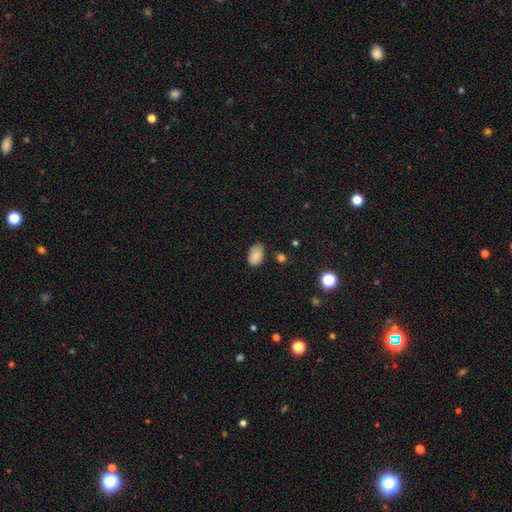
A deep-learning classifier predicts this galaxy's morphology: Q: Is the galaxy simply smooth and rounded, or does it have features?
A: smooth — 83%.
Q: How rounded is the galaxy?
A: in between — 90%.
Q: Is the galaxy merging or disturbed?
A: none — 68%.